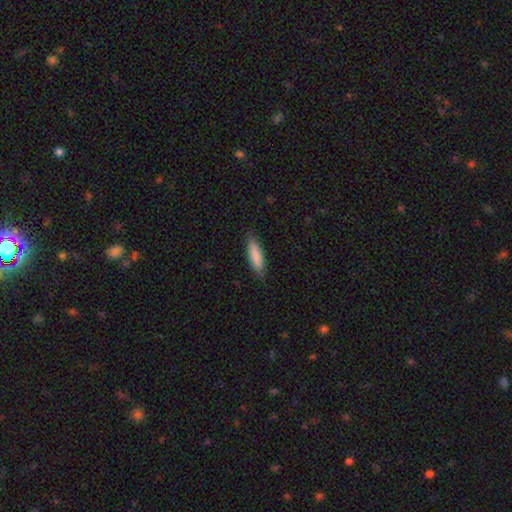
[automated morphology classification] Q: Smooth or featured?
A: smooth (86%); runner-up: featured or disk (8%)
Q: How rounded?
A: cigar-shaped (67%); runner-up: in between (32%)
Q: Merging?
A: none (85%); runner-up: minor disturbance (12%)